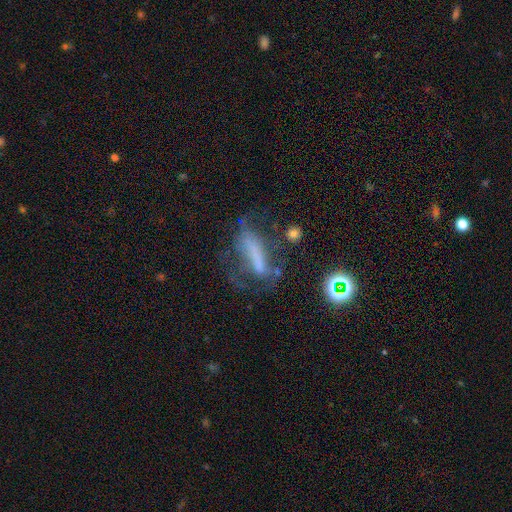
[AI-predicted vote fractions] smooth-or-featured: featured or disk: 41% | smooth: 38% | star or artifact: 21%
  merging: none: 36% | major disturbance: 35% | minor disturbance: 22% | merger: 7%